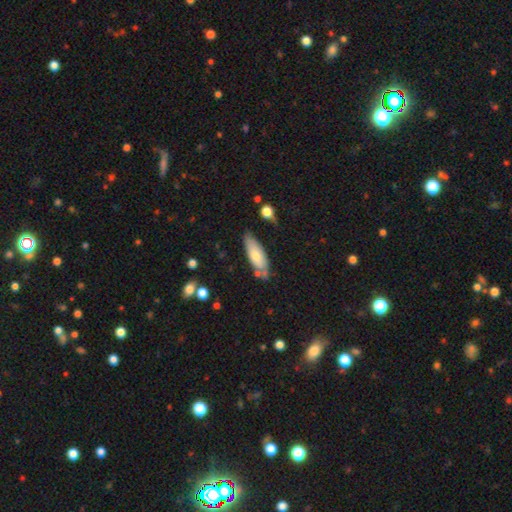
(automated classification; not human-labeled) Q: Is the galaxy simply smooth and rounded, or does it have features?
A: smooth — 65%.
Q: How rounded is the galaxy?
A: in between — 69%.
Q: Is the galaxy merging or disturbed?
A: none — 64%.